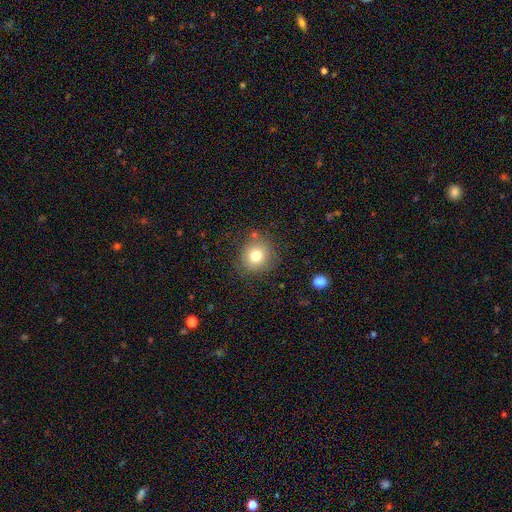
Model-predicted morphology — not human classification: Smooth or featured?
  - smooth: 77% *
  - star or artifact: 13%
  - featured or disk: 10%
How rounded?
  - round: 89% *
  - in between: 10%
  - cigar-shaped: 1%
Merging?
  - none: 82% *
  - minor disturbance: 11%
  - major disturbance: 4%
  - merger: 3%